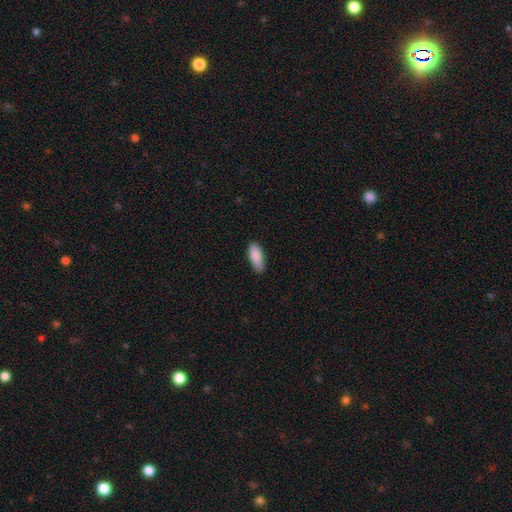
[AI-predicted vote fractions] Smooth or featured? Predicted: smooth (p=0.89). How rounded? Predicted: in between (p=0.83). Merging? Predicted: none (p=0.86).